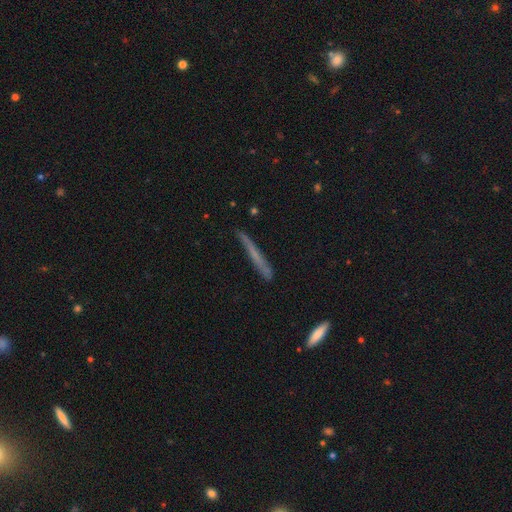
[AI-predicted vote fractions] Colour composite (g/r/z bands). It shows a smooth galaxy with no disk features (51%) that is cigar-shaped (96%). Merging: none (81%).